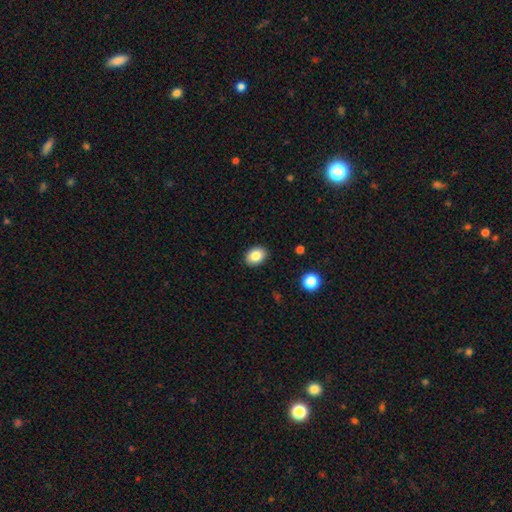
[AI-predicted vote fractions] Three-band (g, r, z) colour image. It shows a smooth galaxy with no disk features (85%) that is in between round and cigar-shaped (66%). Merging: none (89%).